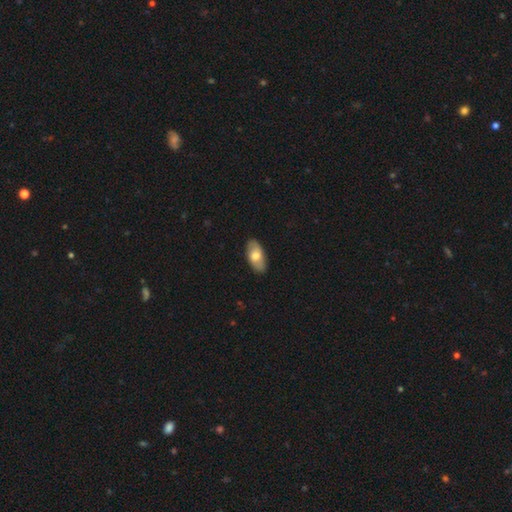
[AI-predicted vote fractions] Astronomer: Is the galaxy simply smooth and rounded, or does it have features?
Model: smooth — 68%.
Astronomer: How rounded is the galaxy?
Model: in between — 91%.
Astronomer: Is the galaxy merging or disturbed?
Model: none — 86%.